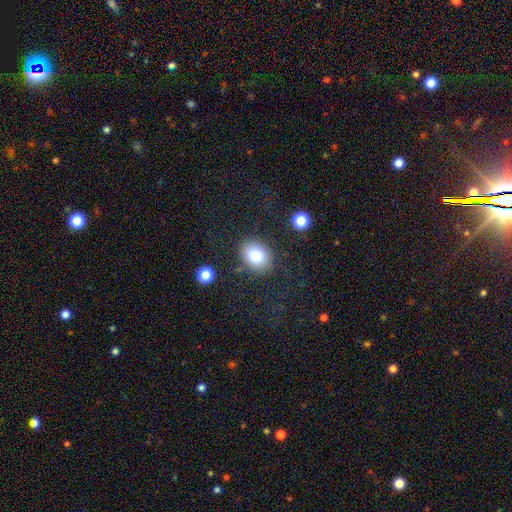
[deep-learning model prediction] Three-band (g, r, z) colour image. It shows a smooth galaxy with no disk features (80%) that is in between round and cigar-shaped (54%). Merging: none (81%).